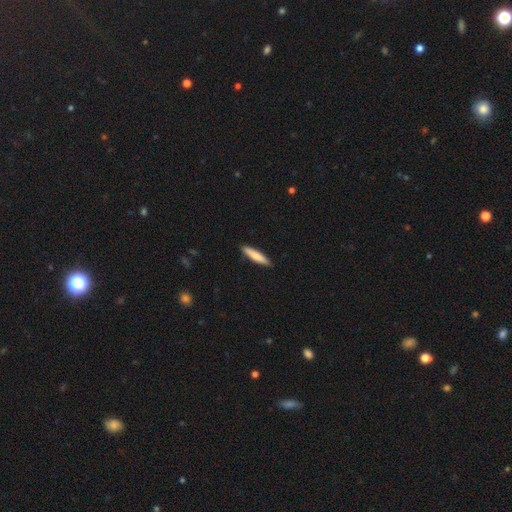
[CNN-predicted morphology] type=smooth (77%); roundness=cigar-shaped (84%); merging=none (90%).